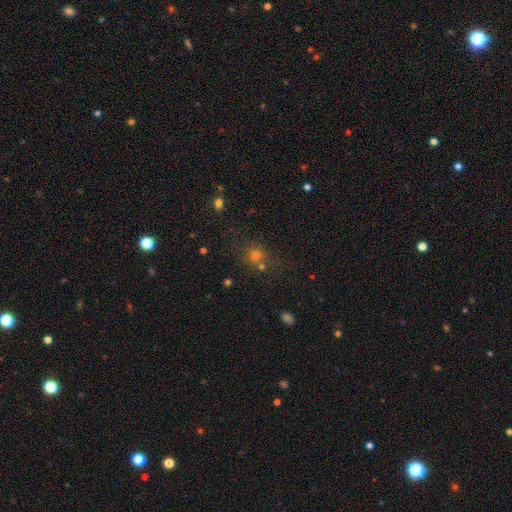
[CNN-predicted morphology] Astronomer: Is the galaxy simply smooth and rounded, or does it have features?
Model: smooth — 63%.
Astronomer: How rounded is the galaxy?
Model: round — 82%.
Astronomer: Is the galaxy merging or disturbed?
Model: none — 63%.